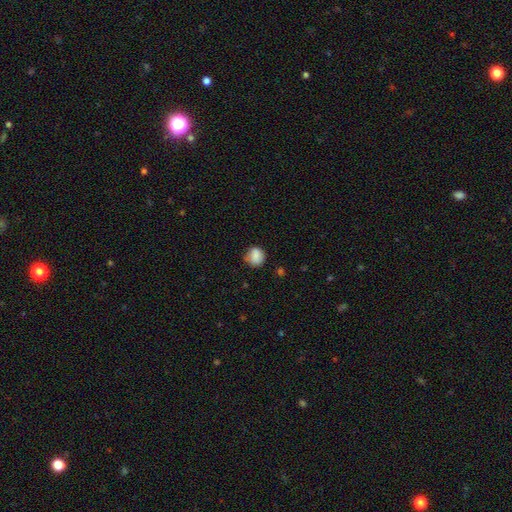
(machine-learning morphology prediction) smooth_or_featured: smooth (p=0.85) [alt: star or artifact p=0.09]
how_rounded: round (p=0.74) [alt: in between p=0.25]
merging: none (p=0.69) [alt: minor disturbance p=0.23]